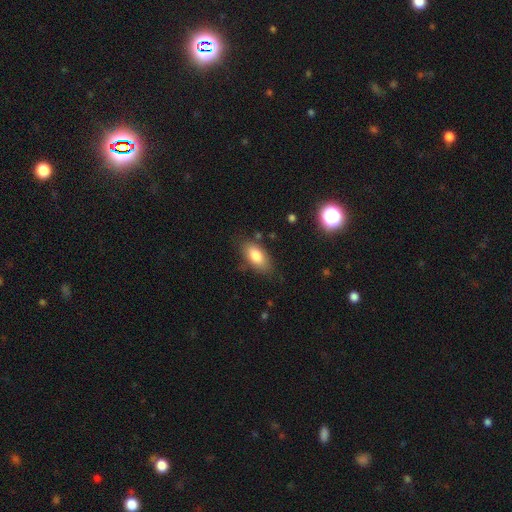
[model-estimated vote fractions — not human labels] Smooth or featured: smooth — 81% (featured or disk — 11%)
How rounded: in between — 89% (cigar-shaped — 7%)
Merging: none — 77% (minor disturbance — 16%)